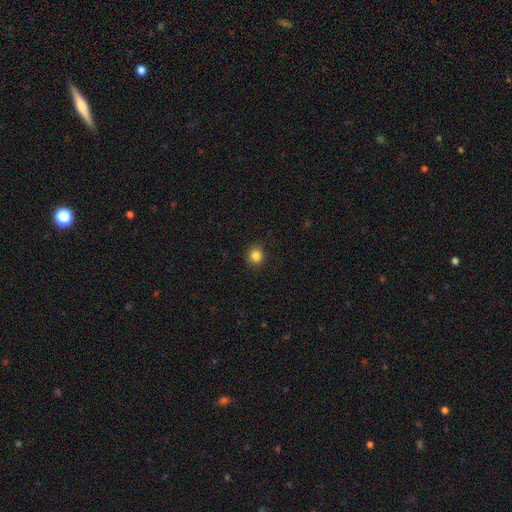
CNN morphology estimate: smooth-or-featured: smooth: 85% | star or artifact: 11% | featured or disk: 4%
  how-rounded: round: 87% | in between: 12% | cigar-shaped: 1%
  merging: none: 88% | minor disturbance: 9% | major disturbance: 2% | merger: 1%